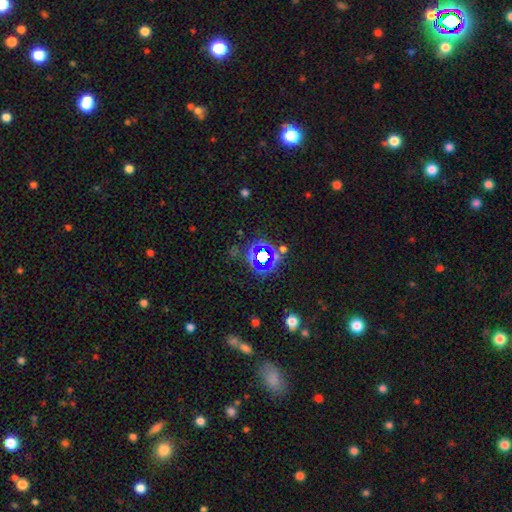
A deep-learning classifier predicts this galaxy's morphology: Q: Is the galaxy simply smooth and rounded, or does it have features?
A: star or artifact — 72%.